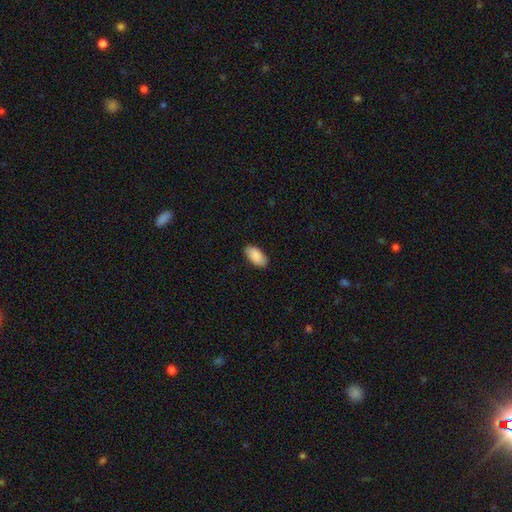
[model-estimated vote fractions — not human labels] Smooth or featured?
  - smooth: 88% *
  - featured or disk: 6%
  - star or artifact: 6%
How rounded?
  - in between: 95% *
  - cigar-shaped: 3%
  - round: 2%
Merging?
  - none: 87% *
  - minor disturbance: 10%
  - major disturbance: 2%
  - merger: 1%